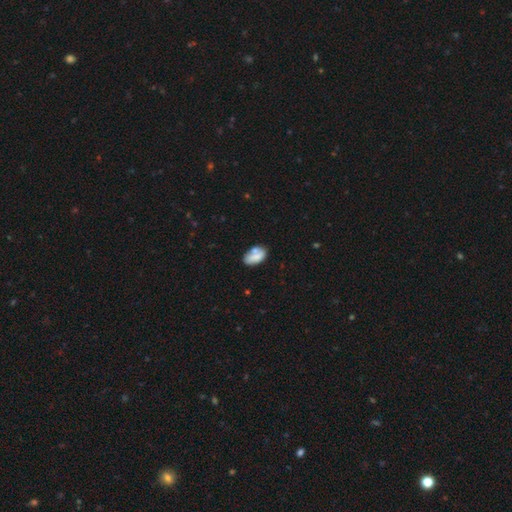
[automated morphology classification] The model was most divided on "merging": none: 53%, minor disturbance: 20%, merger: 20%, major disturbance: 6%. More confident: how rounded — in between (92%); smooth or featured — smooth (72%).